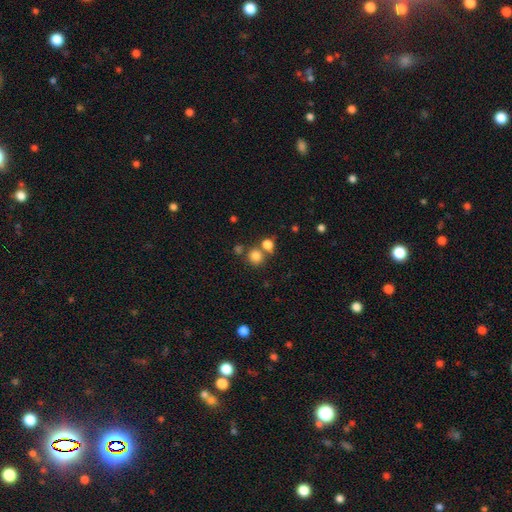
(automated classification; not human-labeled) Smooth or featured?
  - smooth: 80% *
  - star or artifact: 14%
  - featured or disk: 7%
How rounded?
  - round: 87% *
  - in between: 12%
  - cigar-shaped: 1%
Merging?
  - none: 63% *
  - merger: 26%
  - minor disturbance: 8%
  - major disturbance: 4%